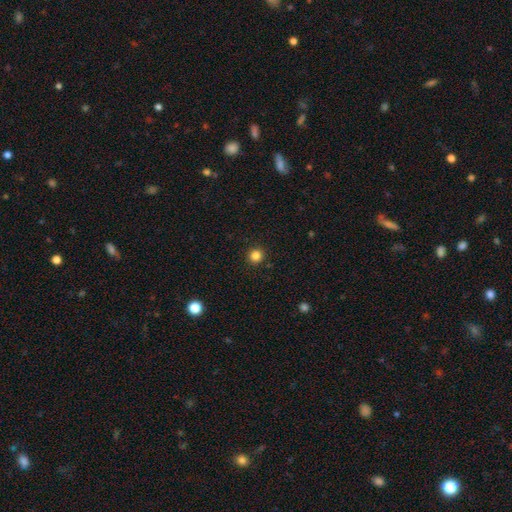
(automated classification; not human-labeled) A smooth galaxy with no disk features (84%) that is round (94%).

Vote fractions:
- Smooth or featured? smooth: 84% / star or artifact: 13% / featured or disk: 4%
- How rounded? round: 94% / in between: 5% / cigar-shaped: 1%
- Merging? none: 93% / minor disturbance: 5% / major disturbance: 2% / merger: 1%